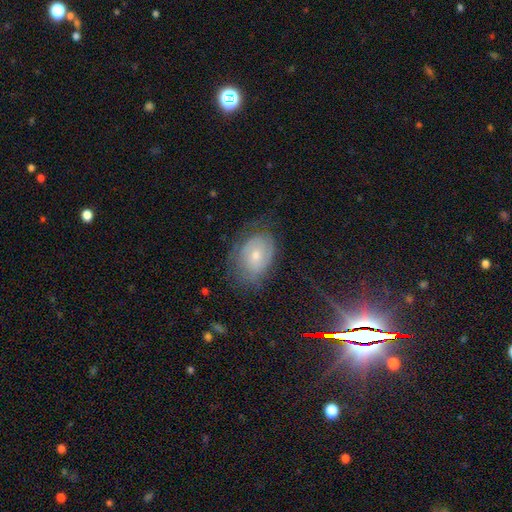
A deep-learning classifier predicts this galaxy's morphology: A featured or disk galaxy (48%).

Vote fractions:
- Smooth or featured? featured or disk: 48% / smooth: 42% / star or artifact: 11%
- Merging? none: 58% / minor disturbance: 25% / major disturbance: 16% / merger: 1%